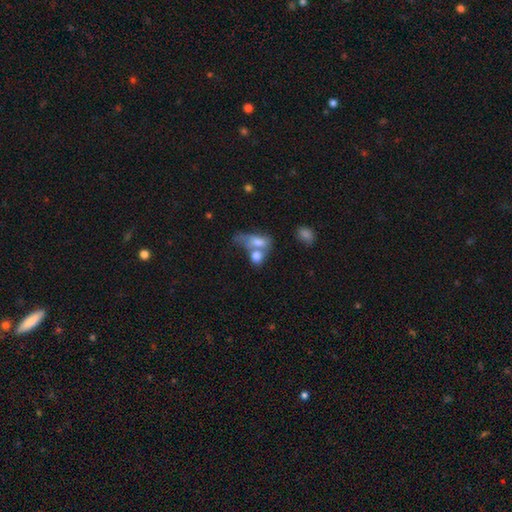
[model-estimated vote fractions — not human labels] smooth_or_featured: smooth (p=0.70) [alt: featured or disk p=0.20]
how_rounded: in between (p=0.67) [alt: round p=0.29]
merging: merger (p=0.66) [alt: none p=0.15]